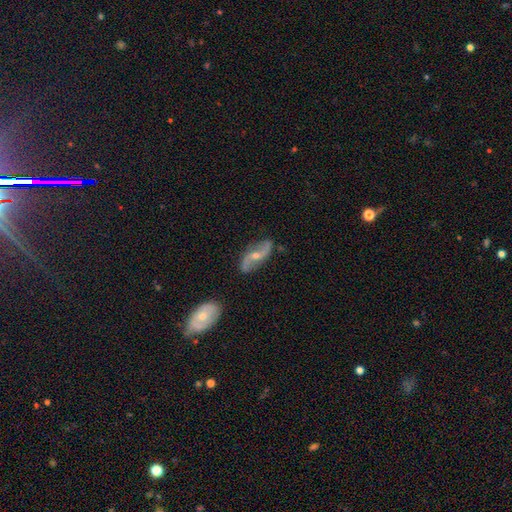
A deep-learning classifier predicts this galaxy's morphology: This appears to be a featured or disk galaxy (85%) with no bar (43%), 2 (94%) loose (76%) spiral arms (95%) and a small central bulge (47%, tied with moderate). Merging: none (80%).